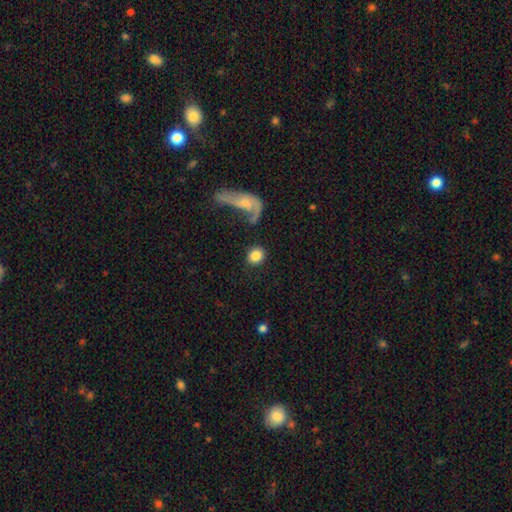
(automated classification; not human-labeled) This appears to be a smooth galaxy with no disk features (82%) that is round (76%). Merging: none (78%).